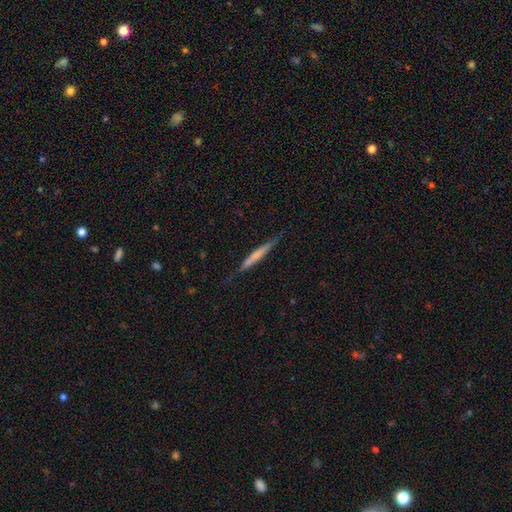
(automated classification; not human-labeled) smooth_or_featured: smooth (p=0.47) [tied with: featured or disk p=0.47]
merging: none (p=0.79) [alt: minor disturbance p=0.16]